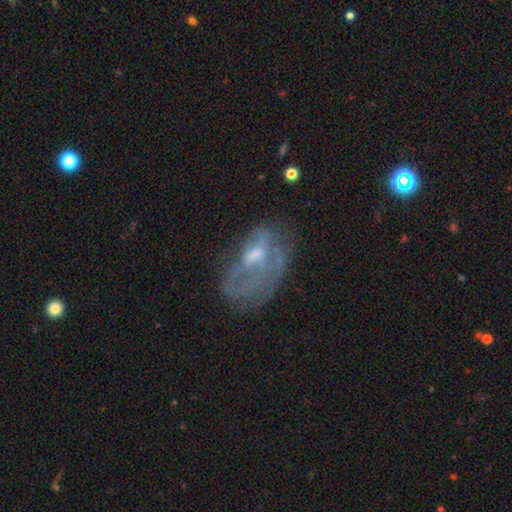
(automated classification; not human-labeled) A featured or disk galaxy (60%) with no bar (55%), no spiral arms (61%) and a moderate central bulge (41%).

Vote fractions:
- Smooth or featured? featured or disk: 60% / smooth: 30% / star or artifact: 10%
- Edge-on disk? no: 95% / yes: 5%
- Bar? no: 55% / weak: 37% / strong: 8%
- Spiral arms? no: 61% / yes: 39%
- Bulge size? moderate: 41% / small: 38% / none: 16% / large: 4% / dominant: 1%
- Merging? major disturbance: 39% / none: 33% / minor disturbance: 23% / merger: 5%